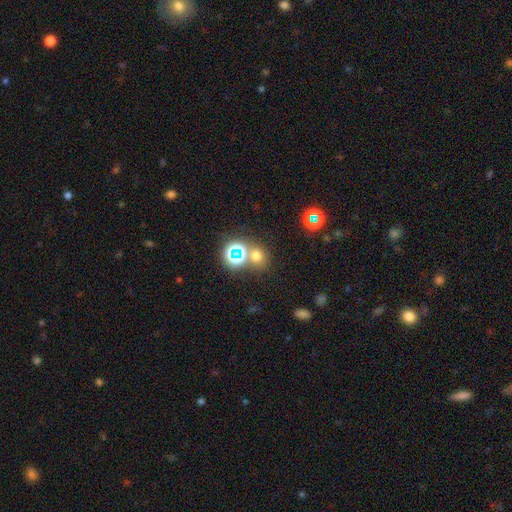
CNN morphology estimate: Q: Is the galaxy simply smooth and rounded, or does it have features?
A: smooth — 59%.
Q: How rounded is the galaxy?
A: round — 76%.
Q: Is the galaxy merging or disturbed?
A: none — 66%.